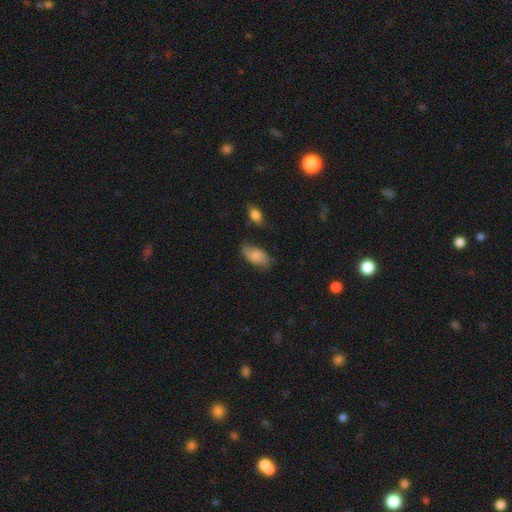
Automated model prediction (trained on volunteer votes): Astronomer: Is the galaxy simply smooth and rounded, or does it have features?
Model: smooth — 73%.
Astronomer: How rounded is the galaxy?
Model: in between — 92%.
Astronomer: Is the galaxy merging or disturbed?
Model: none — 65%.